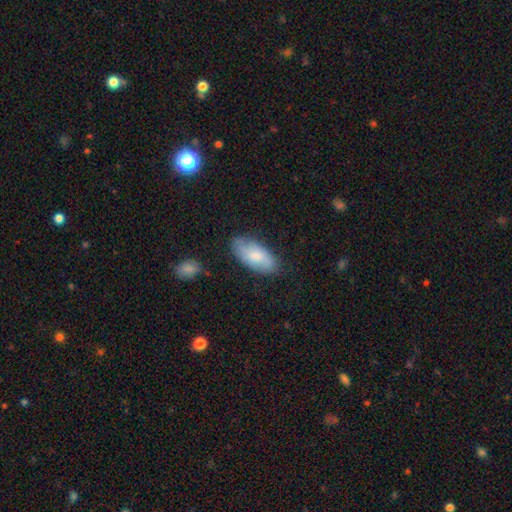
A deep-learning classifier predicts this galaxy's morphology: Smooth or featured: smooth — 69% (featured or disk — 25%)
How rounded: in between — 92% (cigar-shaped — 6%)
Merging: none — 76% (minor disturbance — 19%)